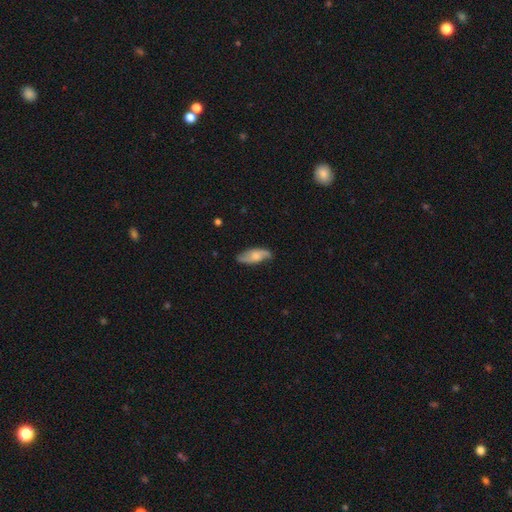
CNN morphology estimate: Q: Smooth or featured?
A: featured or disk (56%); runner-up: smooth (38%)
Q: Edge-on disk?
A: no (86%); runner-up: yes (14%)
Q: Merging?
A: none (74%); runner-up: minor disturbance (20%)